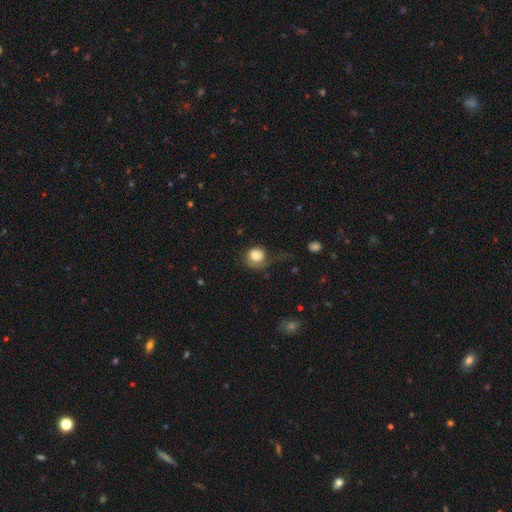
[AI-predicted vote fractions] A smooth galaxy with no disk features (79%) that is round (84%). Merging: none (51%).